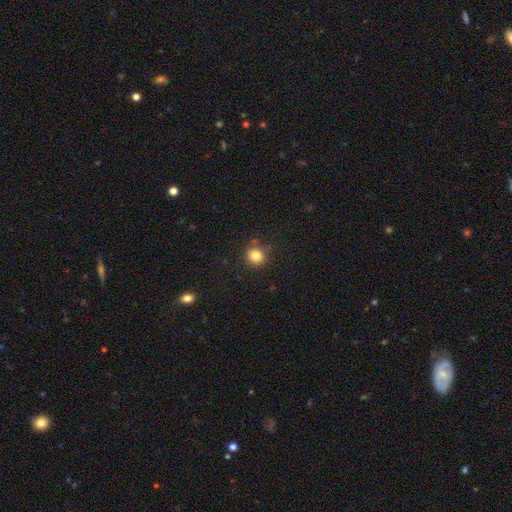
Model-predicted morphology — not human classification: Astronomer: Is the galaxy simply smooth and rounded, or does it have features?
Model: smooth — 82%.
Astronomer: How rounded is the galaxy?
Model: round — 91%.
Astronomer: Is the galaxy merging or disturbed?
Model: none — 83%.